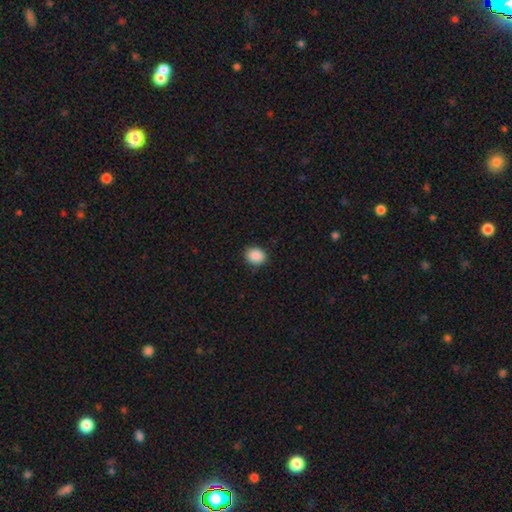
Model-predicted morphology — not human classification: A smooth galaxy with no disk features (89%) that is round (67%). Merging: none (89%).